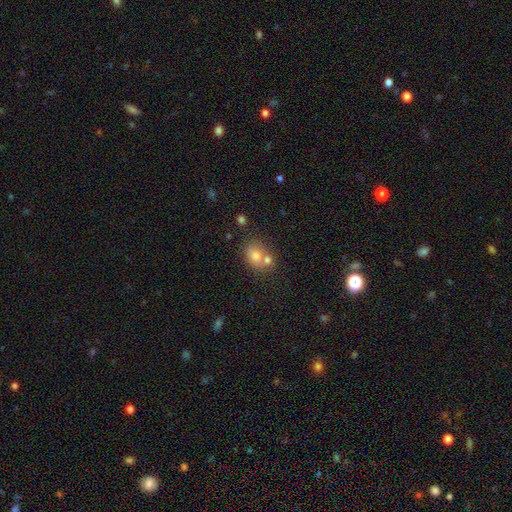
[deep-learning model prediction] The model was most divided on "merging": none: 45%, merger: 38%, minor disturbance: 12%, major disturbance: 4%. More confident: smooth or featured — smooth (72%); how rounded — in between (55%).